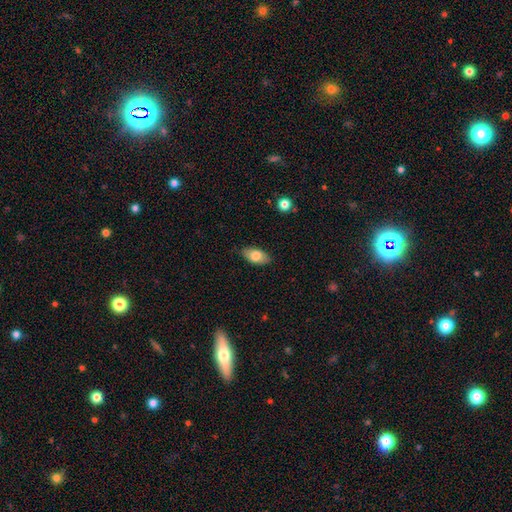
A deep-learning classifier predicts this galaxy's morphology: smooth_or_featured: smooth (p=0.79) [alt: featured or disk p=0.14]
how_rounded: in between (p=0.92) [alt: cigar-shaped p=0.04]
merging: none (p=0.84) [alt: minor disturbance p=0.12]